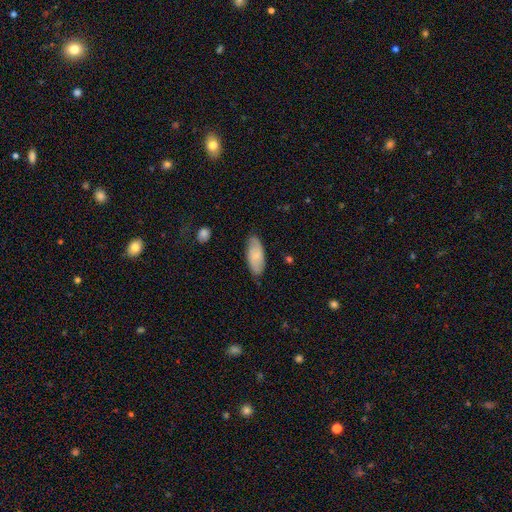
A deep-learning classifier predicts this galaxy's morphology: A smooth galaxy with no disk features (58%) that is in between round and cigar-shaped (86%). Merging: none (79%).